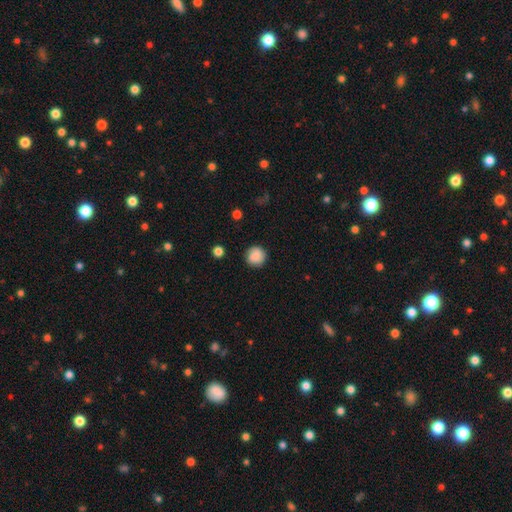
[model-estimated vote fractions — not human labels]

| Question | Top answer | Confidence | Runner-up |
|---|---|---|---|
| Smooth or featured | smooth | 84% | star or artifact (8%) |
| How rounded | round | 91% | in between (8%) |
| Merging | none | 83% | minor disturbance (12%) |